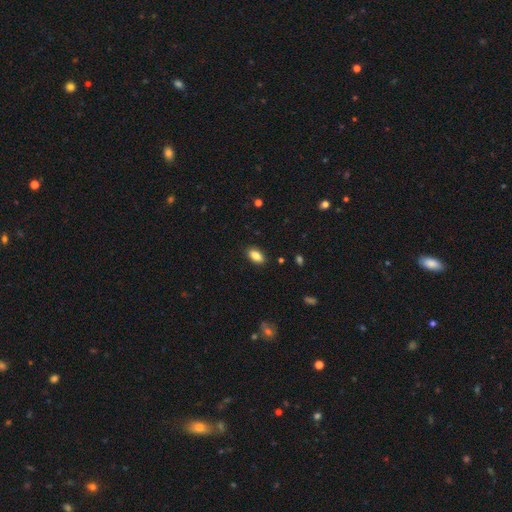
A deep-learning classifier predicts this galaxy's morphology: This appears to be a smooth galaxy with no disk features (85%) that is in between round and cigar-shaped (90%). Merging: none (88%).